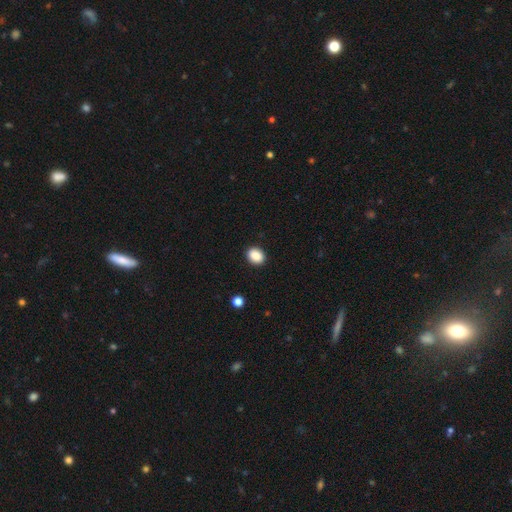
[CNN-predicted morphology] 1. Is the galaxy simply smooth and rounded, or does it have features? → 89% smooth, 9% star or artifact, 3% featured or disk.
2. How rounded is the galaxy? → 52% in between, 47% round, 1% cigar-shaped.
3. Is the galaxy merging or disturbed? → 91% none, 6% minor disturbance, 2% major disturbance, 1% merger.